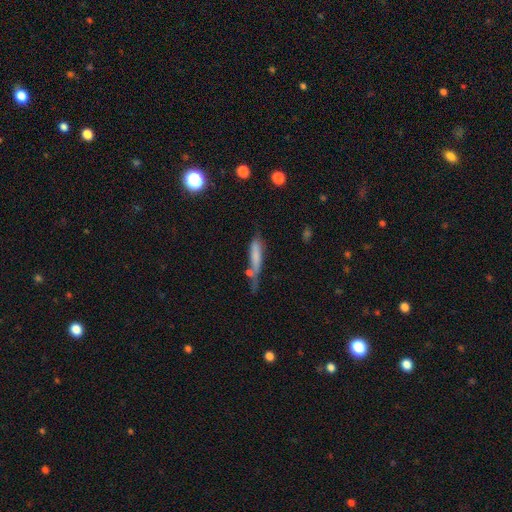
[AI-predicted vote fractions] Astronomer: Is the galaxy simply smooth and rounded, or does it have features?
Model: smooth — 68%.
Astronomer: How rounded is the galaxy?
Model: cigar-shaped — 82%.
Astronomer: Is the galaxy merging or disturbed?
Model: none — 42% (runner-up: minor disturbance, 27%).